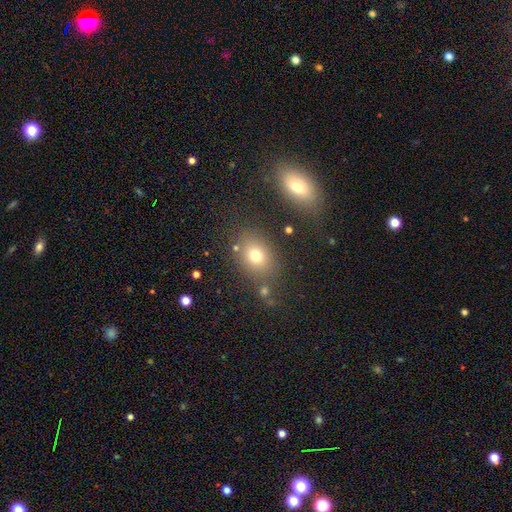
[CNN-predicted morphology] smooth_or_featured: smooth (p=0.73) [alt: star or artifact p=0.15]
how_rounded: in between (p=0.57) [alt: round p=0.41]
merging: none (p=0.77) [alt: minor disturbance p=0.12]